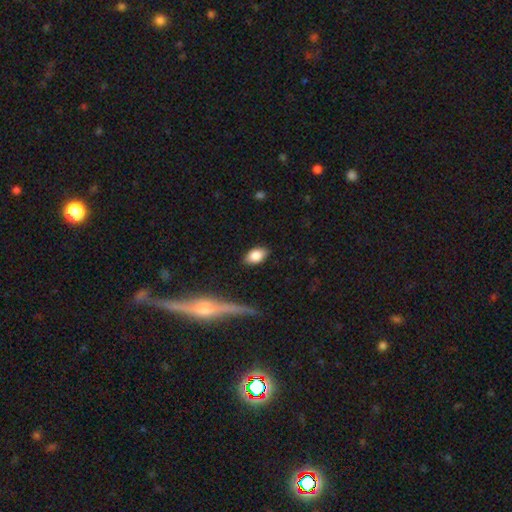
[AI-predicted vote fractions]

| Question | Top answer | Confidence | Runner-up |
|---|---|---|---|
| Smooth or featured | smooth | 84% | featured or disk (9%) |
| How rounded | in between | 90% | round (8%) |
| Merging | none | 86% | minor disturbance (10%) |